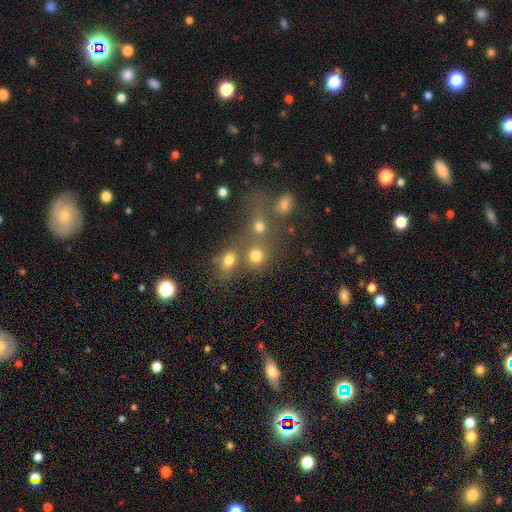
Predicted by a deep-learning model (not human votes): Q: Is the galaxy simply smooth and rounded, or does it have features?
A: smooth — 74%.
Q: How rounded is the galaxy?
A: round — 75%.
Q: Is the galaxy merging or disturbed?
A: none — 49%.